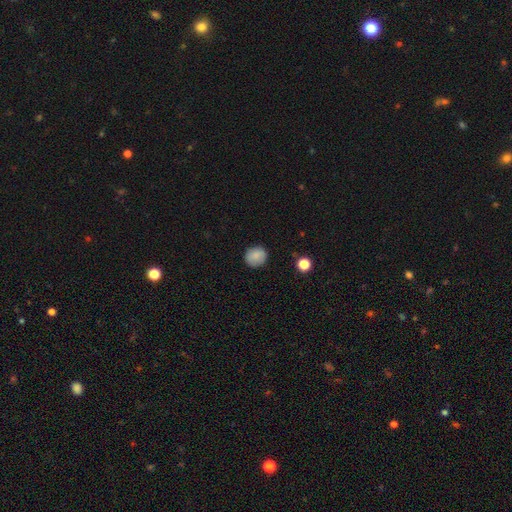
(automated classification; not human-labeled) The model was most divided on "merging": none: 85%, minor disturbance: 11%, major disturbance: 3%, merger: 1%. More confident: how rounded — round (87%); smooth or featured — smooth (83%).